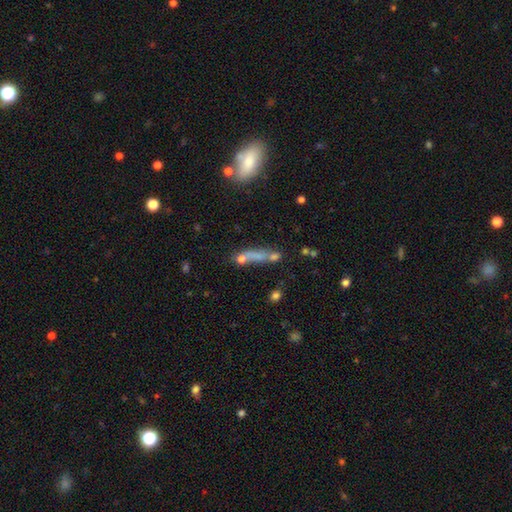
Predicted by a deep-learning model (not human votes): smooth_or_featured: smooth (p=0.53) [alt: featured or disk p=0.25]
how_rounded: cigar-shaped (p=0.64) [alt: in between p=0.25]
merging: none (p=0.49) [alt: merger p=0.24]